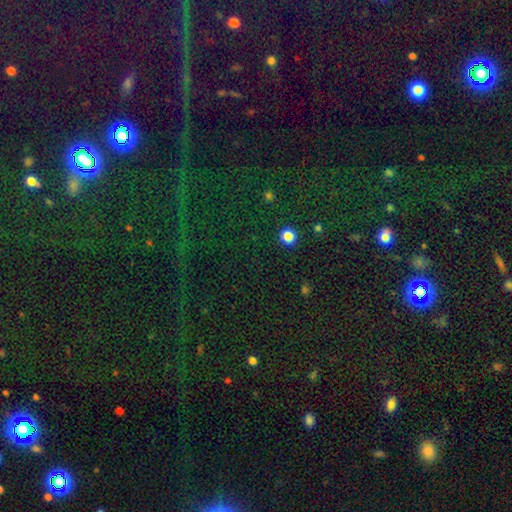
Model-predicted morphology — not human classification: smooth_or_featured: star or artifact (p=0.77) [alt: smooth p=0.14]